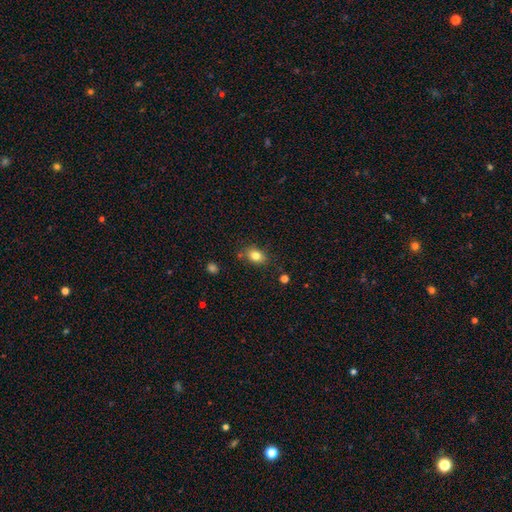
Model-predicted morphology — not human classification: Q: Smooth or featured?
A: smooth (82%); runner-up: star or artifact (10%)
Q: How rounded?
A: in between (69%); runner-up: round (29%)
Q: Merging?
A: none (77%); runner-up: minor disturbance (16%)